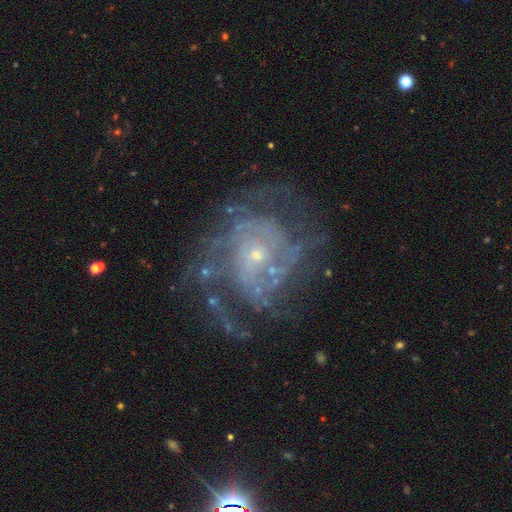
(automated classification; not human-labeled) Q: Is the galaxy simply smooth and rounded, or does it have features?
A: featured or disk — 84%.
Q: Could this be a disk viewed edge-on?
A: no — 97%.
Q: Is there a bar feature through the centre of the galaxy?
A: no — 75%.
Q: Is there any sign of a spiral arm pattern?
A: yes — 90%.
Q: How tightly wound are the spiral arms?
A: tight — 52%.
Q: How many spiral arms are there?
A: can't tell — 34%.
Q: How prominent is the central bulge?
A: small — 78%.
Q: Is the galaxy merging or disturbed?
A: none — 62%.